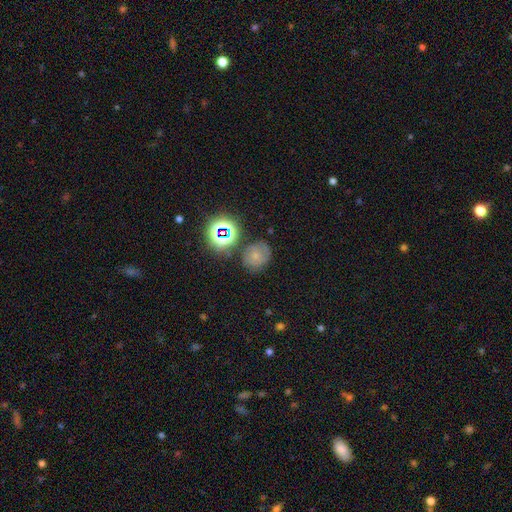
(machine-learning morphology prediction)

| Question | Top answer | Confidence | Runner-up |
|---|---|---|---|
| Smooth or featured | smooth | 47% | featured or disk (32%) |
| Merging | none | 68% | minor disturbance (20%) |